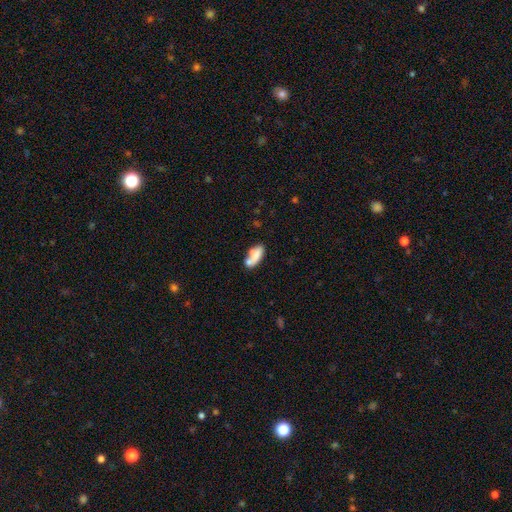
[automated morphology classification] Overall: smooth (70%). How rounded: in between (78%). Merging: none (39%; merger 34%).